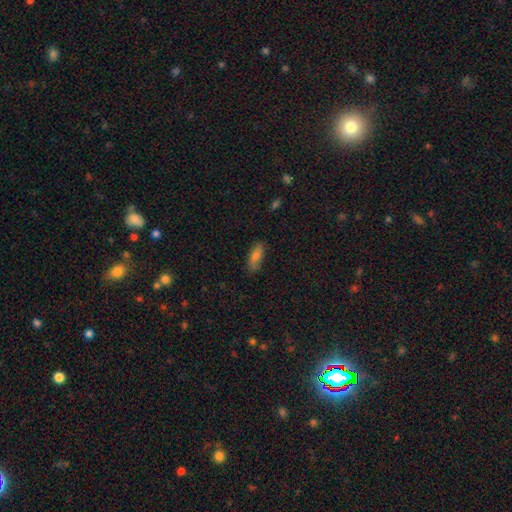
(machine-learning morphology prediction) Overall: smooth (72%). How rounded: in between (71%). Merging: none (82%).